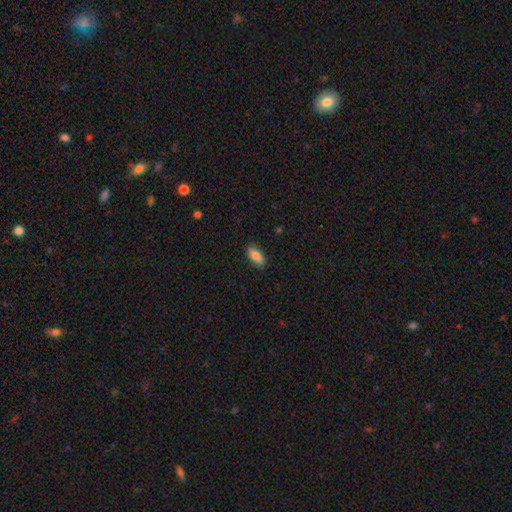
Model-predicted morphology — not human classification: type=smooth (84%); roundness=in between (86%); merging=none (86%).